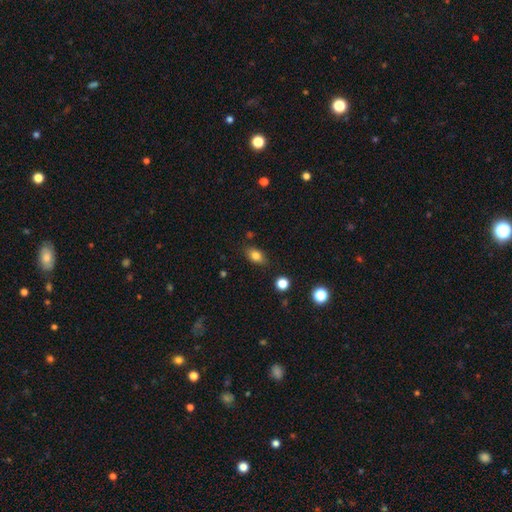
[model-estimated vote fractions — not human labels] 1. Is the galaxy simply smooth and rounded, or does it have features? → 80% smooth, 10% star or artifact, 10% featured or disk.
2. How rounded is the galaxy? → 80% in between, 16% round, 4% cigar-shaped.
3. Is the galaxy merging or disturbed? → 81% none, 13% minor disturbance, 3% major disturbance, 2% merger.